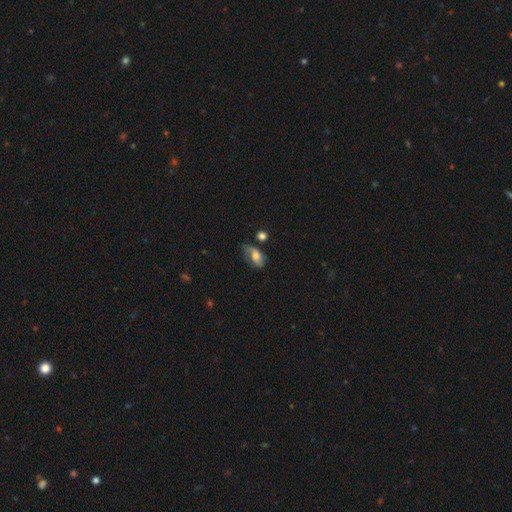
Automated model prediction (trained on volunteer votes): Smooth or featured? Predicted: featured or disk (p=0.47). Merging? Predicted: none (p=0.44).